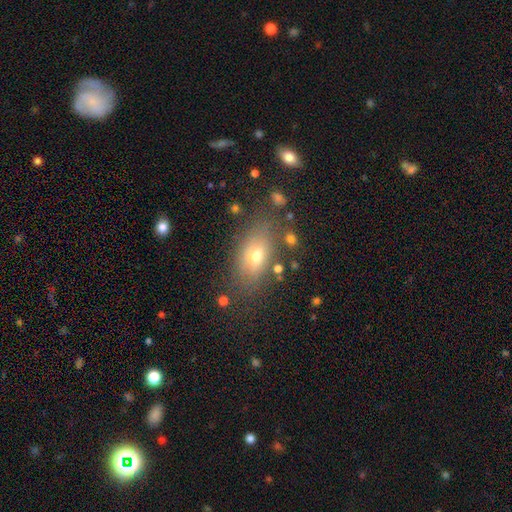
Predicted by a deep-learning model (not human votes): Smooth or featured?
  - smooth: 64% *
  - featured or disk: 22%
  - star or artifact: 14%
How rounded?
  - in between: 81% *
  - round: 11%
  - cigar-shaped: 9%
Merging?
  - none: 77% *
  - minor disturbance: 13%
  - major disturbance: 5%
  - merger: 4%